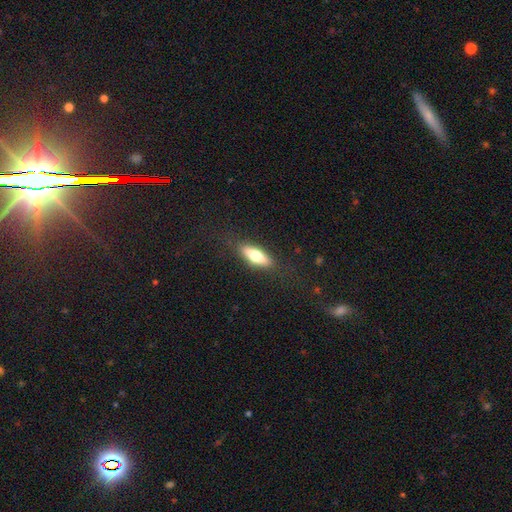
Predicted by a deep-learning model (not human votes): Overall: smooth (67%; featured or disk 27%). How rounded: in between (60%; cigar-shaped 37%). Merging: none (84%).